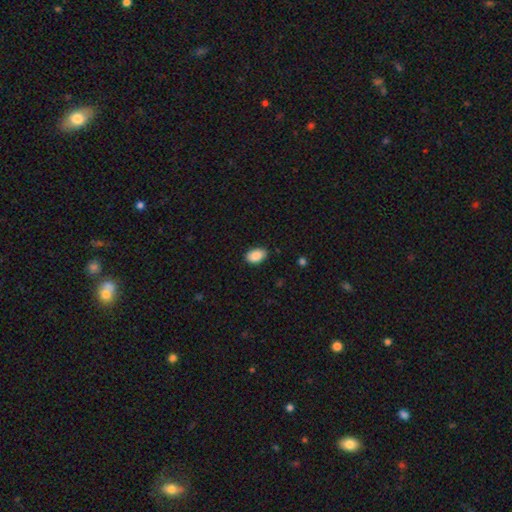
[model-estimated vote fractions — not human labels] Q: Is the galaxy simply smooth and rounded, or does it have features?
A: smooth — 89%.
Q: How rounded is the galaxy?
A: in between — 91%.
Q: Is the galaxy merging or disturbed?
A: none — 85%.